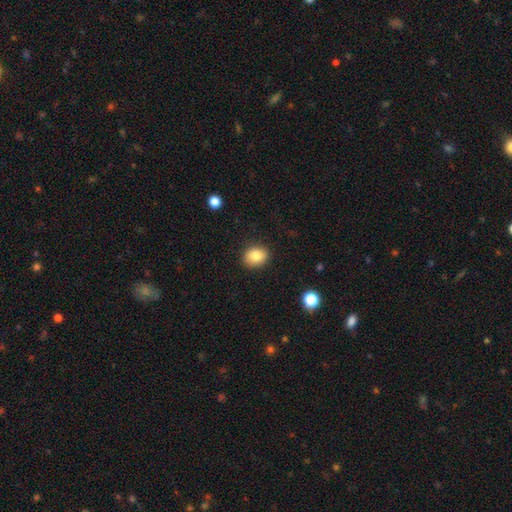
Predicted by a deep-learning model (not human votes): A smooth galaxy with no disk features (83%) that is round (52%).

Vote fractions:
- Smooth or featured? smooth: 83% / star or artifact: 9% / featured or disk: 8%
- How rounded? round: 52% / in between: 48% / cigar-shaped: 1%
- Merging? none: 89% / minor disturbance: 8% / major disturbance: 2% / merger: 1%